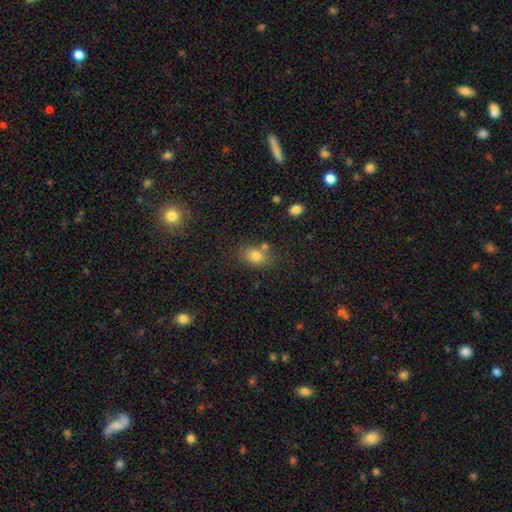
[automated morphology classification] smooth 78%, star or artifact 12%, featured or disk 10%. Down the decision tree: how rounded — in between (59%); merging — none (66%).